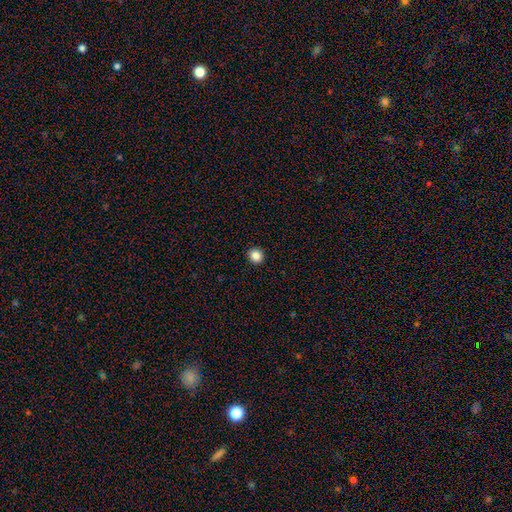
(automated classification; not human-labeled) A smooth galaxy with no disk features (85%) that is round (86%). Merging: none (93%).